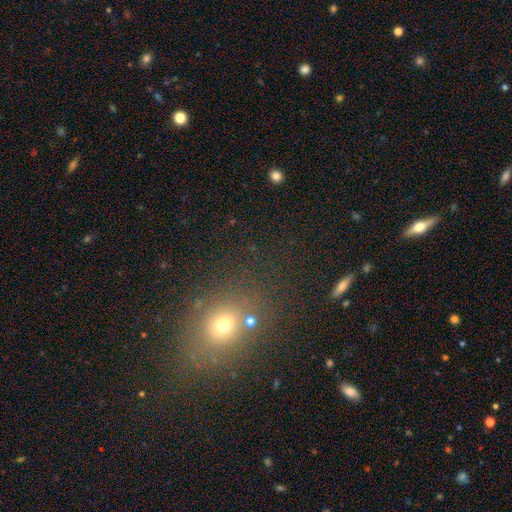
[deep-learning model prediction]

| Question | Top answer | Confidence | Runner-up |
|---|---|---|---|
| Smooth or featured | smooth | 57% | star or artifact (32%) |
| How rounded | round | 51% | in between (47%) |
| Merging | none | 76% | minor disturbance (11%) |